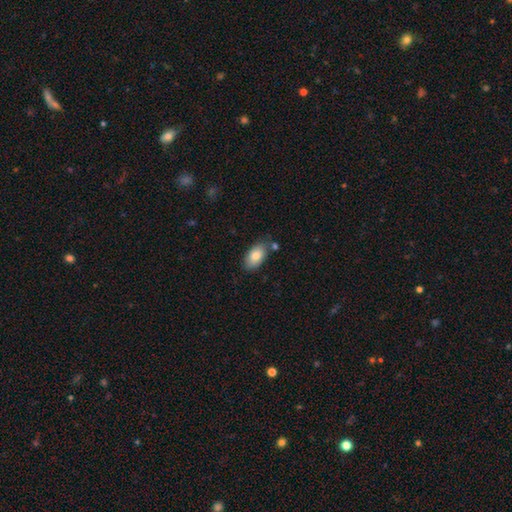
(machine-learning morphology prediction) smooth 81%, featured or disk 13%, star or artifact 7%. Down the decision tree: how rounded — in between (94%); merging — none (73%).